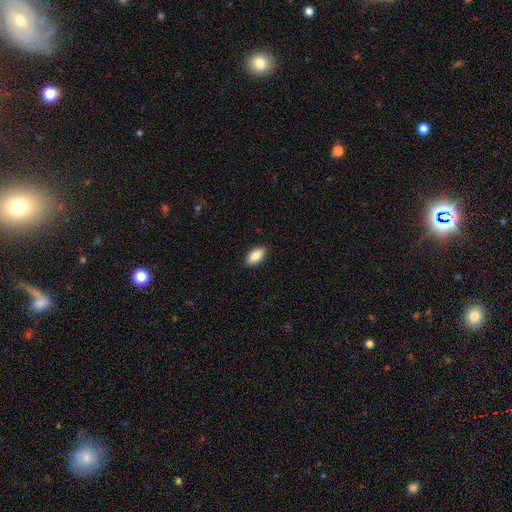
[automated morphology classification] smooth 87%, featured or disk 7%, star or artifact 6%. Down the decision tree: how rounded — in between (91%); merging — none (89%).